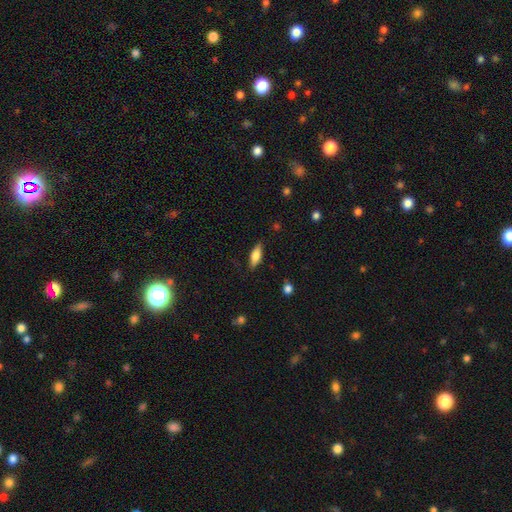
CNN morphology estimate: Smooth or featured: smooth — 69% (featured or disk — 24%)
How rounded: in between — 69% (cigar-shaped — 29%)
Merging: none — 82% (minor disturbance — 13%)